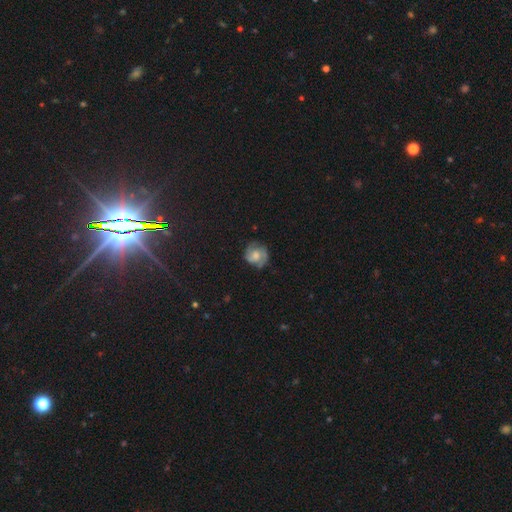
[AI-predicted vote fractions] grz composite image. It shows a featured or disk galaxy (60%) with no bar (66%), 2 (65%) tight (46%) spiral arms (90%) and a moderate central bulge (49%). Merging: none (70%).